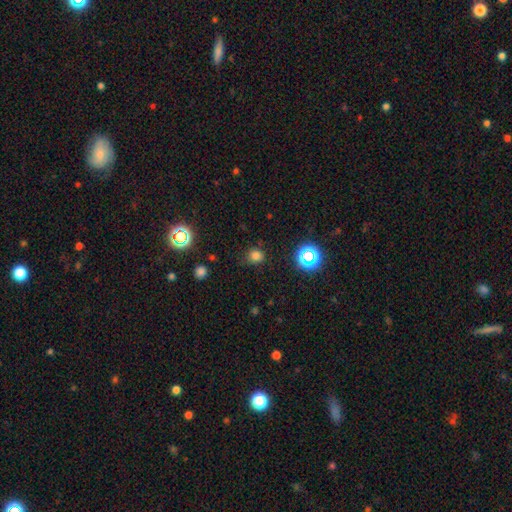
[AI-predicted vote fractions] The model was most divided on "smooth or featured": smooth: 75%, star or artifact: 20%, featured or disk: 5%. More confident: how rounded — round (79%); merging — none (77%).